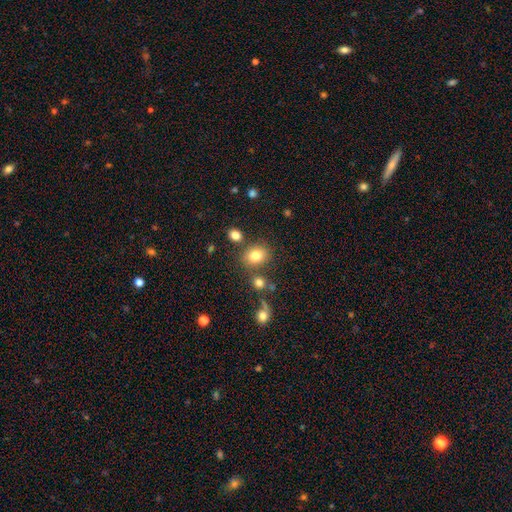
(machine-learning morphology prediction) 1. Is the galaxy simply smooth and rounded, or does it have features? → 79% smooth, 12% star or artifact, 9% featured or disk.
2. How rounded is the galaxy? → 58% round, 41% in between, 1% cigar-shaped.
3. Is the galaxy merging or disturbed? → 73% none, 11% minor disturbance, 11% merger, 5% major disturbance.